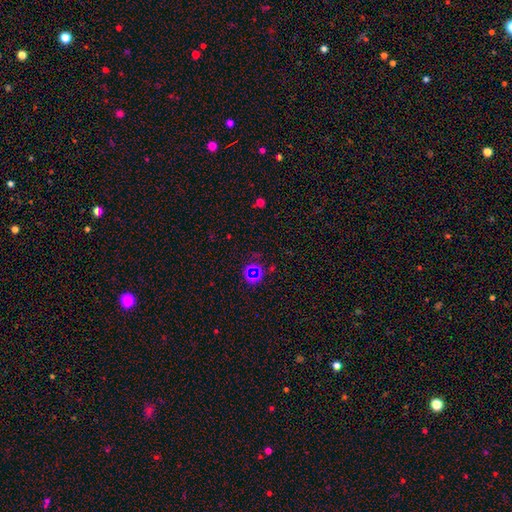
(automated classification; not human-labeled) Morphology: type=star or artifact (62%).